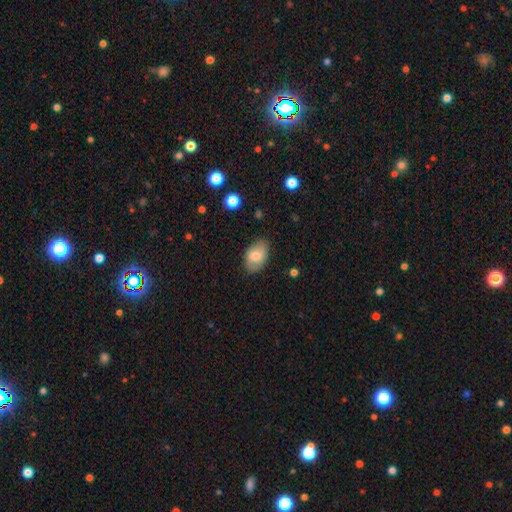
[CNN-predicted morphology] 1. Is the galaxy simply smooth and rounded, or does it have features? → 74% smooth, 19% featured or disk, 7% star or artifact.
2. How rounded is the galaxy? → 88% in between, 11% round, 1% cigar-shaped.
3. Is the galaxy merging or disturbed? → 79% none, 17% minor disturbance, 3% major disturbance, 1% merger.